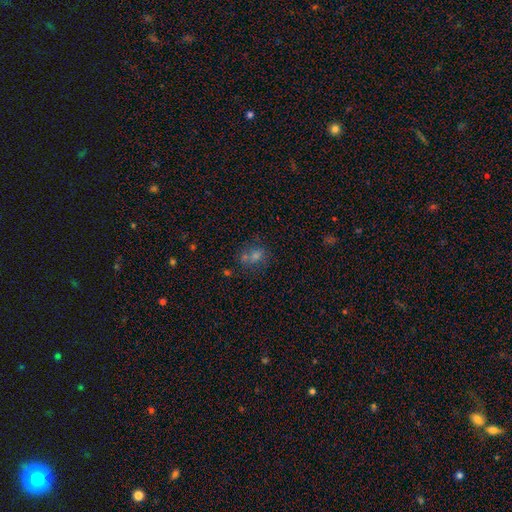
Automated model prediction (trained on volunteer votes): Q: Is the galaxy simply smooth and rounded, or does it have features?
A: smooth — 53%.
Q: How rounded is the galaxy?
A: round — 53%.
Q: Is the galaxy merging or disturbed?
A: none — 52%.